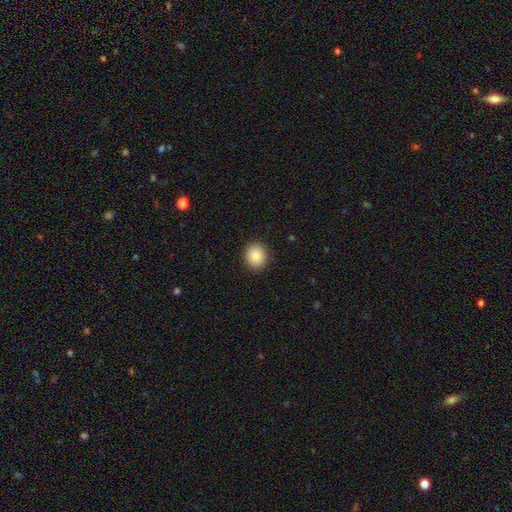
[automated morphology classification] The model was most divided on "how rounded": round: 72%, in between: 27%, cigar-shaped: 1%. More confident: merging — none (90%); smooth or featured — smooth (85%).